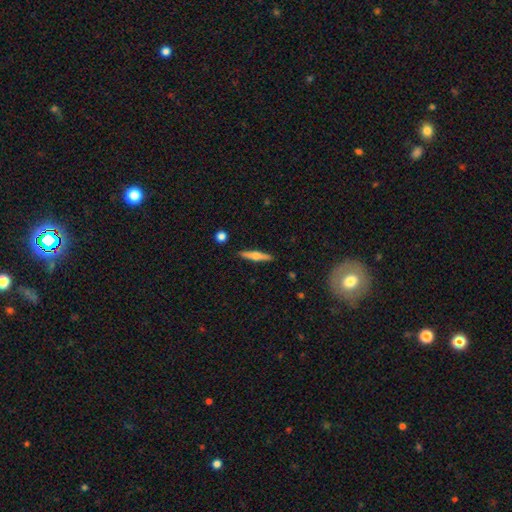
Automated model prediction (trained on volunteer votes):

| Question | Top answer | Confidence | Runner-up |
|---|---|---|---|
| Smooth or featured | featured or disk | 56% | smooth (38%) |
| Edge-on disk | yes | 96% | no (4%) |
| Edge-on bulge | rounded | 91% | none (5%) |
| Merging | none | 90% | minor disturbance (7%) |